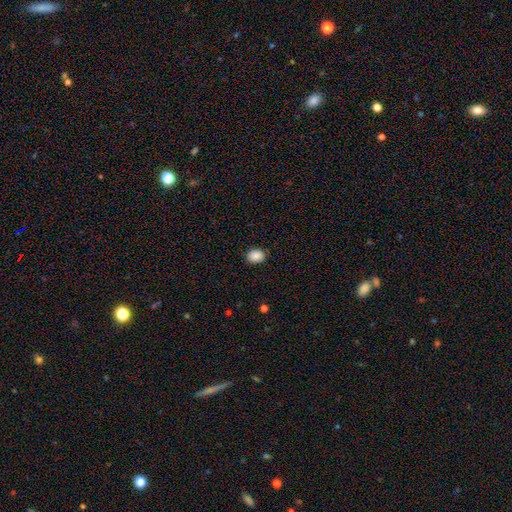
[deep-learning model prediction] Smooth or featured? Predicted: smooth (p=0.89). How rounded? Predicted: in between (p=0.62). Merging? Predicted: none (p=0.87).